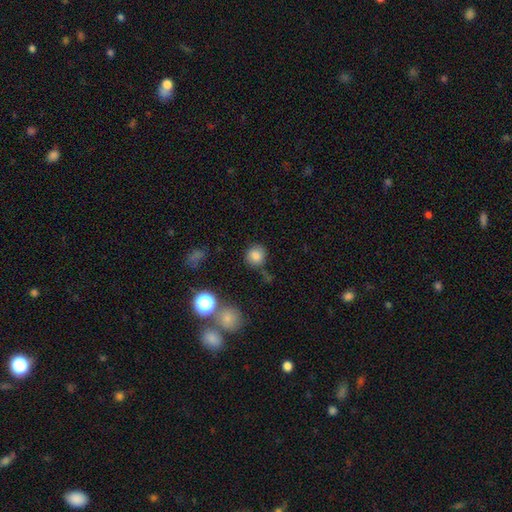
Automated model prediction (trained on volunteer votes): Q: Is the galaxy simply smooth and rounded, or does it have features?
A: smooth — 81%.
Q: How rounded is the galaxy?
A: round — 88%.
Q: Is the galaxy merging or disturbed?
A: none — 70%.